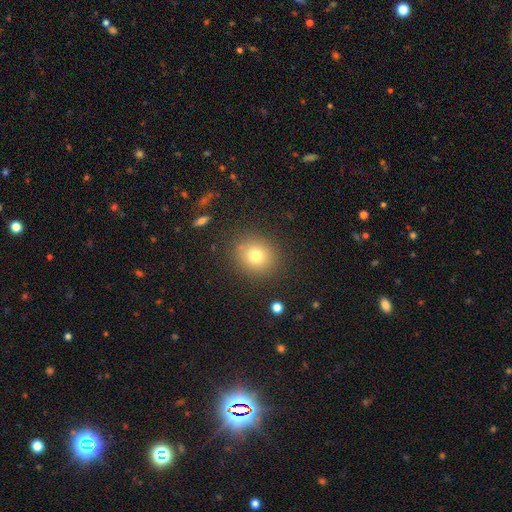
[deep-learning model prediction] This appears to be a smooth galaxy with no disk features (76%) that is round (80%). Merging: none (86%).